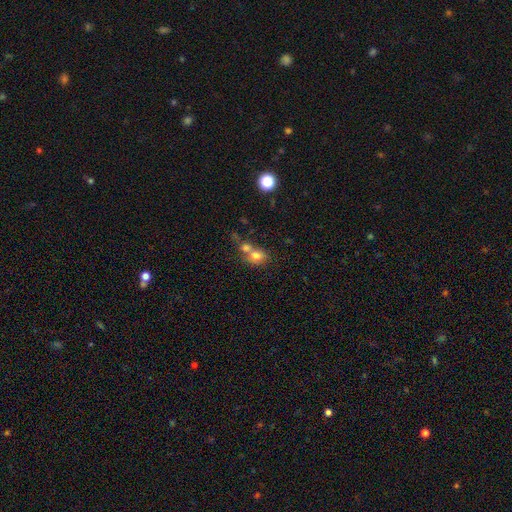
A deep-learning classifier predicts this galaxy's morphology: The model was most divided on "how rounded": round: 56%, in between: 43%, cigar-shaped: 1%. More confident: smooth or featured — smooth (74%); merging — merger (55%).